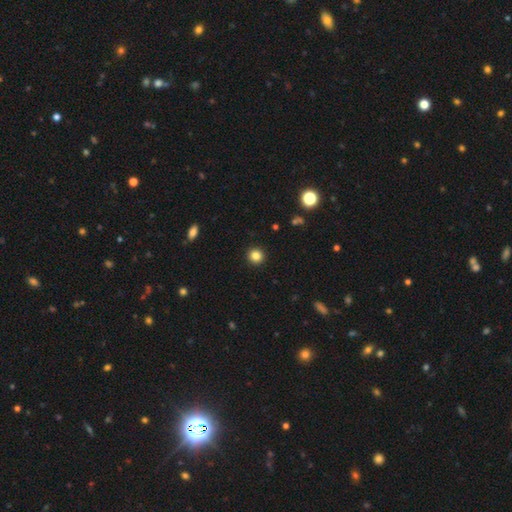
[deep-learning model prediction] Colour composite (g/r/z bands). It shows a smooth galaxy with no disk features (84%) that is round (93%). Merging: none (93%).